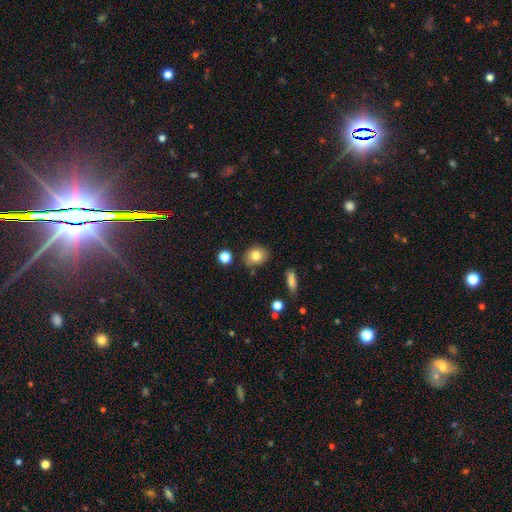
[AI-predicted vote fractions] The model was most divided on "how rounded": round: 60%, in between: 39%, cigar-shaped: 1%. More confident: merging — none (80%); smooth or featured — smooth (80%).